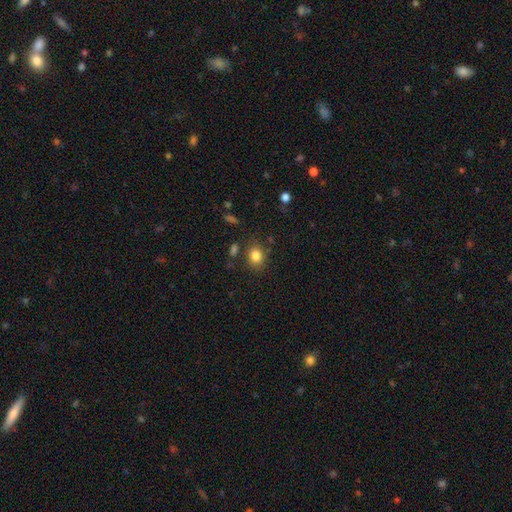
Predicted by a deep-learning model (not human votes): The model was most divided on "how rounded": round: 53%, in between: 46%, cigar-shaped: 1%. More confident: smooth or featured — smooth (84%); merging — none (79%).